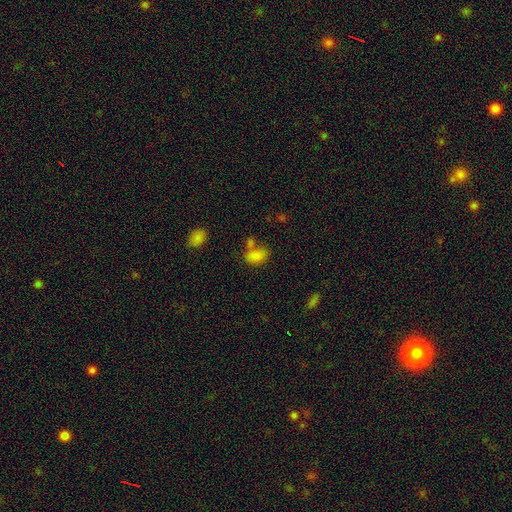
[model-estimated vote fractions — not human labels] The model was most divided on "merging": none: 48%, merger: 30%, minor disturbance: 15%, major disturbance: 7%. More confident: how rounded — in between (86%); smooth or featured — smooth (81%).